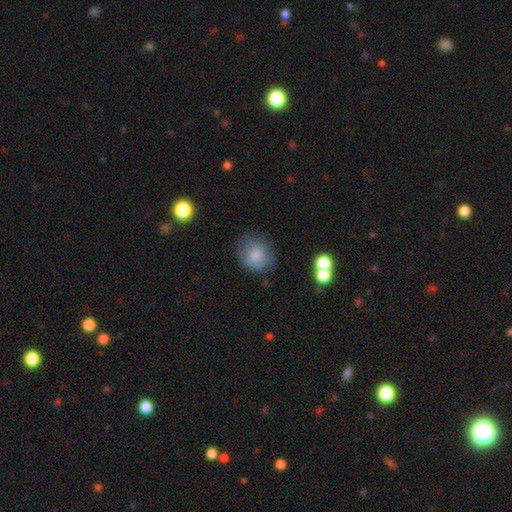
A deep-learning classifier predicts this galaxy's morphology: smooth-or-featured: smooth: 78% | featured or disk: 13% | star or artifact: 9%
  how-rounded: round: 70% | in between: 29% | cigar-shaped: 1%
  merging: none: 67% | minor disturbance: 21% | major disturbance: 8% | merger: 3%